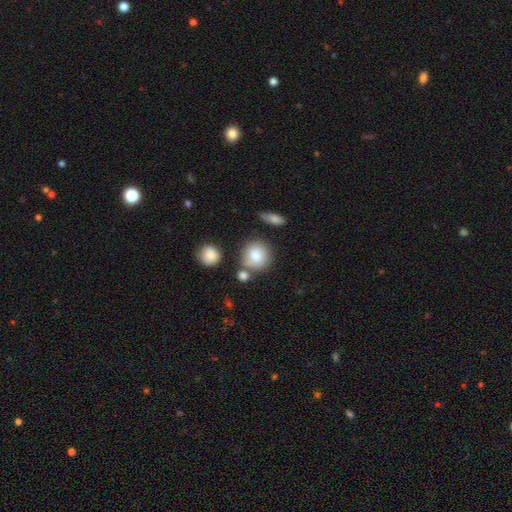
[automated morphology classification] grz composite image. It shows a smooth galaxy with no disk features (82%) that is round (85%). Merging: none (67%).